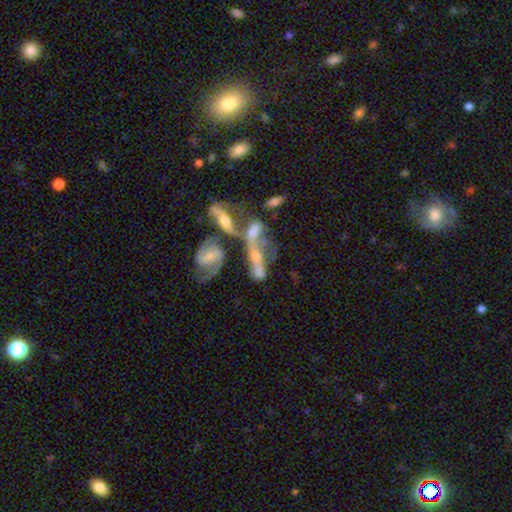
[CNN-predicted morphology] A featured or disk galaxy (45%).

Vote fractions:
- Smooth or featured? featured or disk: 45% / star or artifact: 30% / smooth: 25%
- Merging? merger: 39% / none: 33% / major disturbance: 15% / minor disturbance: 12%